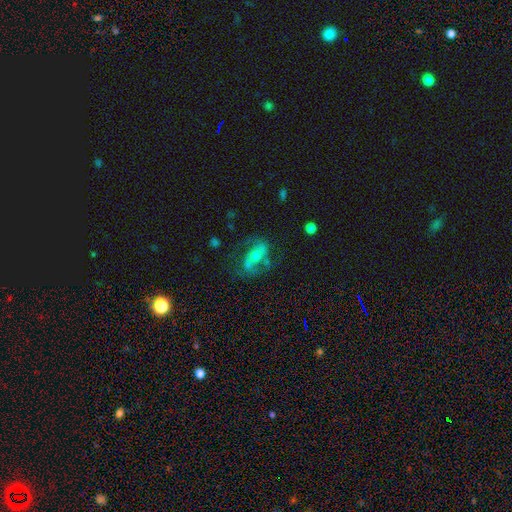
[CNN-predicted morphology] This appears to be a featured or disk galaxy (62%) with no bar (35%), spiral arms (67%) and a moderate central bulge (55%). Merging: none (55%).